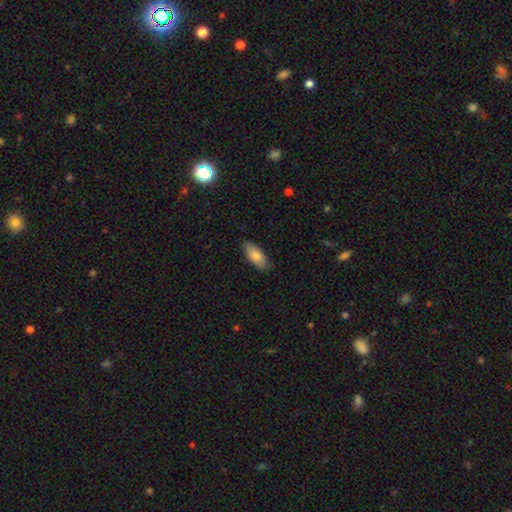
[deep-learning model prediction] Smooth or featured: smooth — 80% (featured or disk — 13%)
How rounded: in between — 85% (cigar-shaped — 13%)
Merging: none — 84% (minor disturbance — 13%)